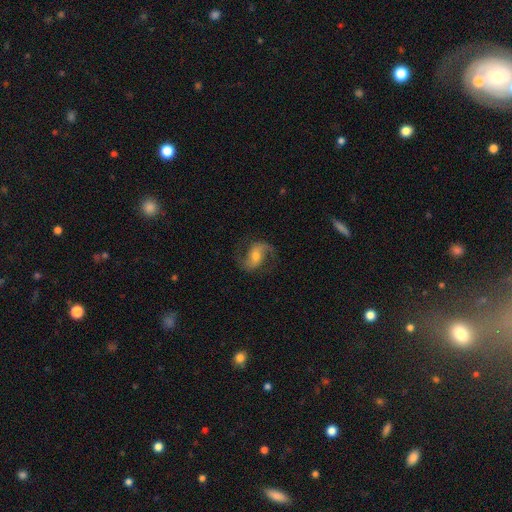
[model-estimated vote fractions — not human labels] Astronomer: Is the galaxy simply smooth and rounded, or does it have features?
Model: featured or disk — 84%.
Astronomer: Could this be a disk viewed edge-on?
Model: no — 97%.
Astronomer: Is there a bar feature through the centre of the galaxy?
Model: weak — 43% (runner-up: no, 33%).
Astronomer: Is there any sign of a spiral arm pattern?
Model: yes — 96%.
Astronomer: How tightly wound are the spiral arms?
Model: loose — 45%, tied with medium at 45%.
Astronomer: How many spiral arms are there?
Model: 2 — 92%.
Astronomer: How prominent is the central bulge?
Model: moderate — 56% (runner-up: small, 36%).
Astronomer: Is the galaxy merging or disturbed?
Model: none — 77%.